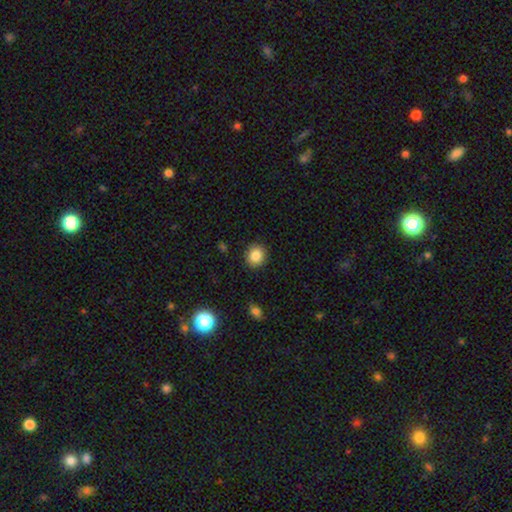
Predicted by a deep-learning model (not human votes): The model was most divided on "how rounded": round: 83%, in between: 16%, cigar-shaped: 1%. More confident: merging — none (90%); smooth or featured — smooth (85%).